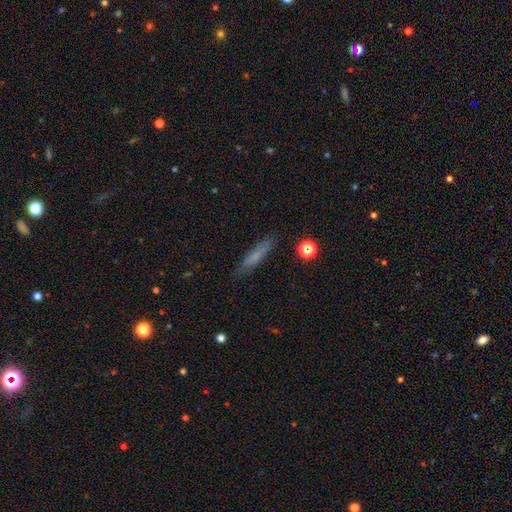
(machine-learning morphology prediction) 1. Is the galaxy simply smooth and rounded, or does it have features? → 67% smooth, 22% featured or disk, 11% star or artifact.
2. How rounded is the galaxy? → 85% cigar-shaped, 12% in between, 2% round.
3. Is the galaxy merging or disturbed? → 83% none, 12% minor disturbance, 3% major disturbance, 2% merger.